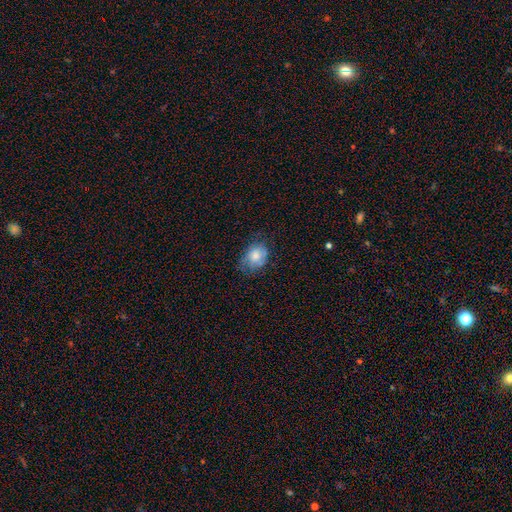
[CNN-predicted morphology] Smooth or featured? smooth (71%)
How rounded? in between (65%)
Merging? none (57%)